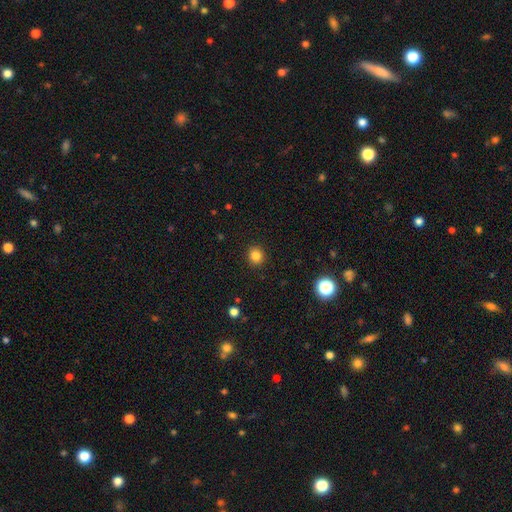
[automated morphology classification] This appears to be a smooth galaxy with no disk features (83%) that is round (84%). Merging: none (91%).